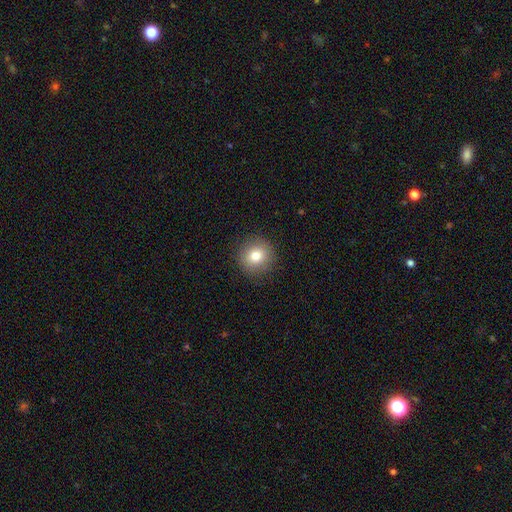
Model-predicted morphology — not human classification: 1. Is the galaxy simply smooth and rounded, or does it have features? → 79% smooth, 11% star or artifact, 10% featured or disk.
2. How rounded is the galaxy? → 92% round, 7% in between, 1% cigar-shaped.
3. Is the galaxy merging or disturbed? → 90% none, 6% minor disturbance, 2% major disturbance, 1% merger.